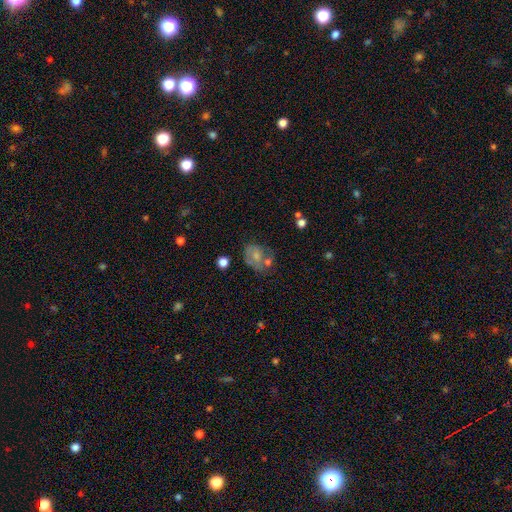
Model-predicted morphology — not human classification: This appears to be a smooth galaxy with no disk features (59%) that is in between round and cigar-shaped (63%). Merging: none (36%).